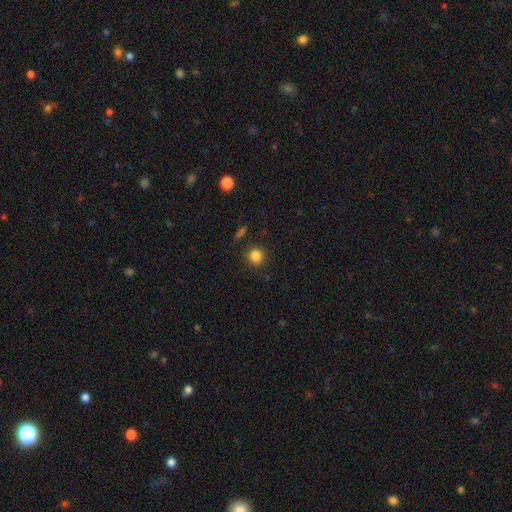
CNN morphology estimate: Smooth or featured? Predicted: smooth (p=0.84). How rounded? Predicted: round (p=0.90). Merging? Predicted: none (p=0.88).